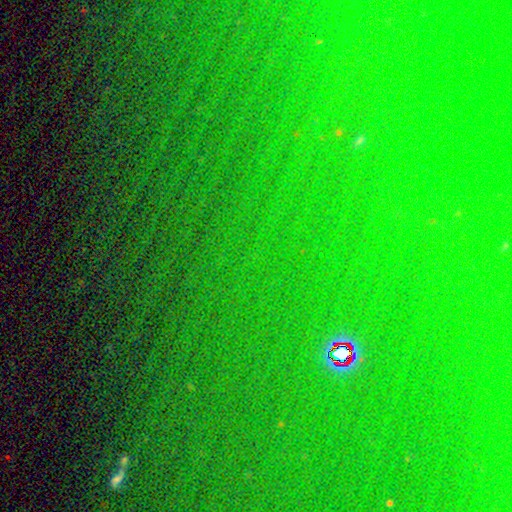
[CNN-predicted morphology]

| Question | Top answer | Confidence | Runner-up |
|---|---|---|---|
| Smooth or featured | star or artifact | 82% | smooth (11%) |